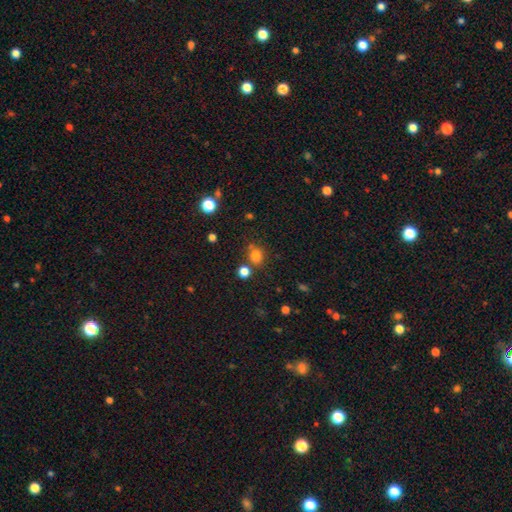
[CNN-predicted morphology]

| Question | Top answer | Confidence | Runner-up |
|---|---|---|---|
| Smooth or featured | smooth | 78% | star or artifact (16%) |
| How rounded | round | 74% | in between (25%) |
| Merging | none | 71% | merger (14%) |